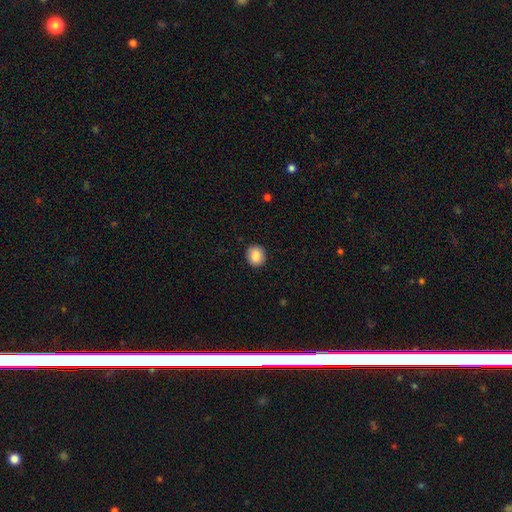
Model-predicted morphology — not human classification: This is clearly a smooth galaxy (86%). How rounded: likely round (78%). Merging: clearly none (91%).